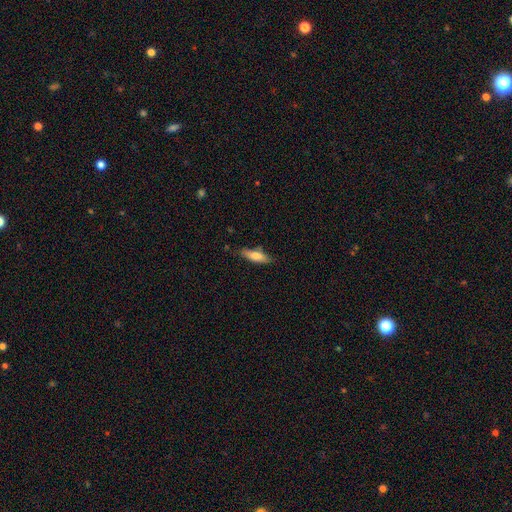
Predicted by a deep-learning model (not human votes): smooth 72%, featured or disk 22%, star or artifact 6%. Down the decision tree: how rounded — cigar-shaped (54%); merging — none (78%).